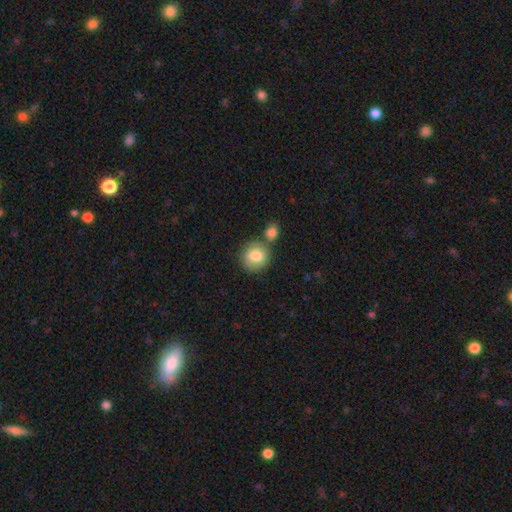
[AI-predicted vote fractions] smooth-or-featured: smooth: 81% | featured or disk: 12% | star or artifact: 7%
  how-rounded: round: 82% | in between: 17% | cigar-shaped: 1%
  merging: none: 60% | merger: 24% | minor disturbance: 12% | major disturbance: 4%